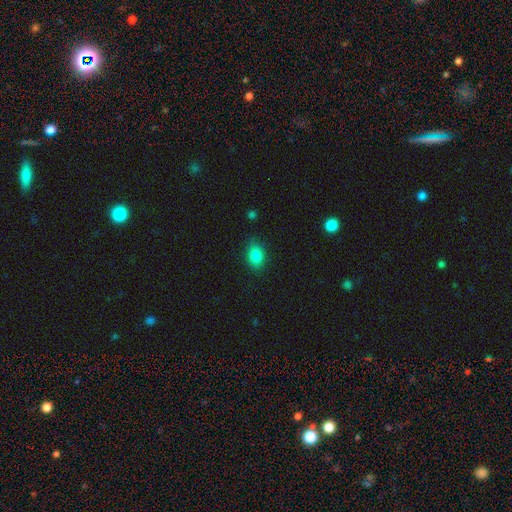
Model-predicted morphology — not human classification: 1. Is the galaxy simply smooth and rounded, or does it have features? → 85% smooth, 10% star or artifact, 5% featured or disk.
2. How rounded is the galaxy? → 75% in between, 24% round, 1% cigar-shaped.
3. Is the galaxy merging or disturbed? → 85% none, 11% minor disturbance, 3% major disturbance, 1% merger.